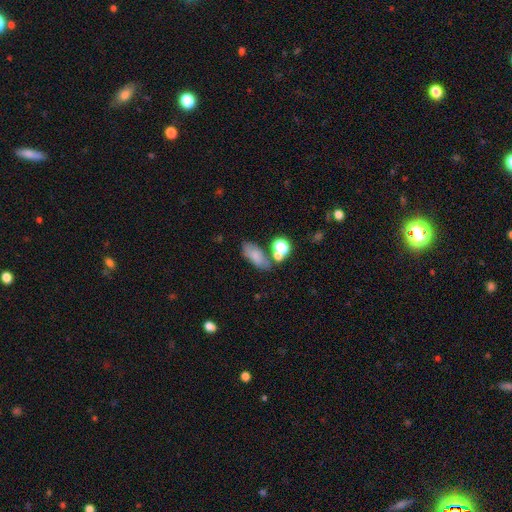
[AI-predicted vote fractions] This is likely a smooth galaxy (71%). How rounded: likely in between (77%). Merging: possibly none (53%).